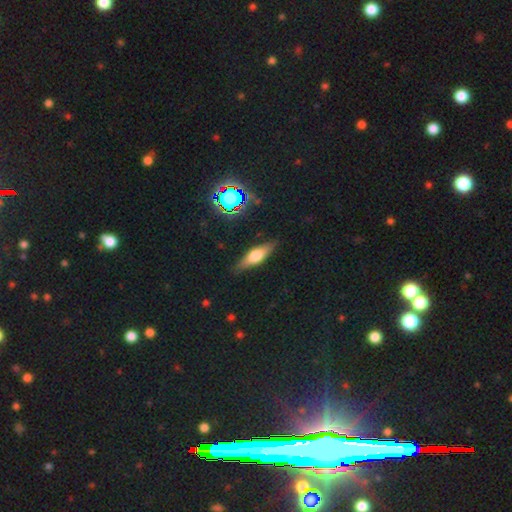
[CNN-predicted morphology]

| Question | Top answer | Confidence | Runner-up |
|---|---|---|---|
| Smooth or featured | smooth | 47% | featured or disk (44%) |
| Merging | none | 84% | minor disturbance (12%) |